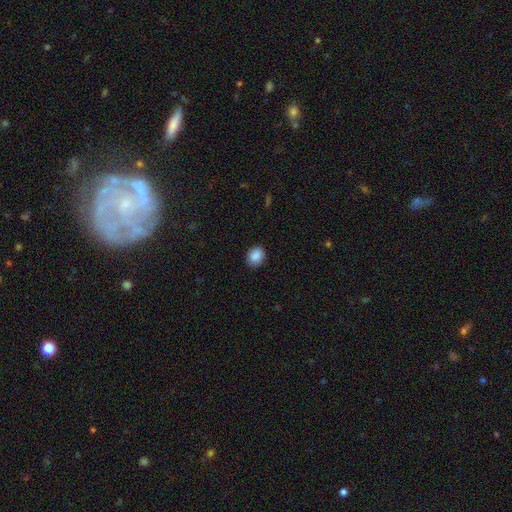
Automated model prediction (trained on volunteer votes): A smooth galaxy with no disk features (88%) that is in between round and cigar-shaped (53%).

Vote fractions:
- Smooth or featured? smooth: 88% / star or artifact: 8% / featured or disk: 4%
- How rounded? in between: 53% / round: 46% / cigar-shaped: 1%
- Merging? none: 86% / minor disturbance: 11% / major disturbance: 2% / merger: 1%